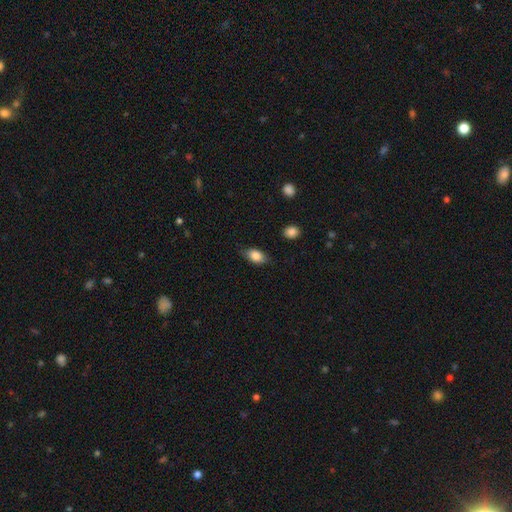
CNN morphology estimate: Smooth or featured: smooth — 83% (featured or disk — 10%)
How rounded: in between — 88% (round — 9%)
Merging: none — 79% (minor disturbance — 16%)